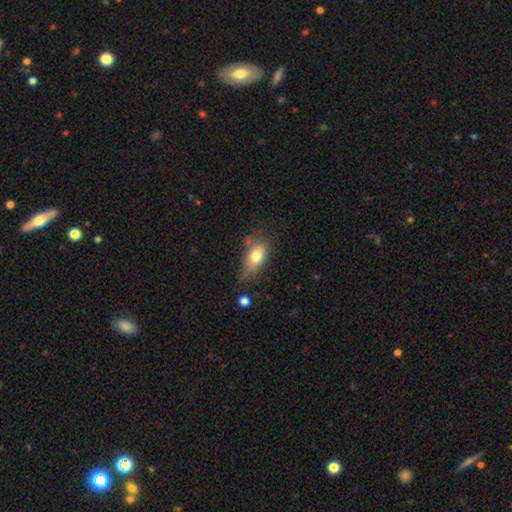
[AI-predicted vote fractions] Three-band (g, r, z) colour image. It shows a smooth galaxy with no disk features (74%) that is in between round and cigar-shaped (84%). Merging: none (47%).